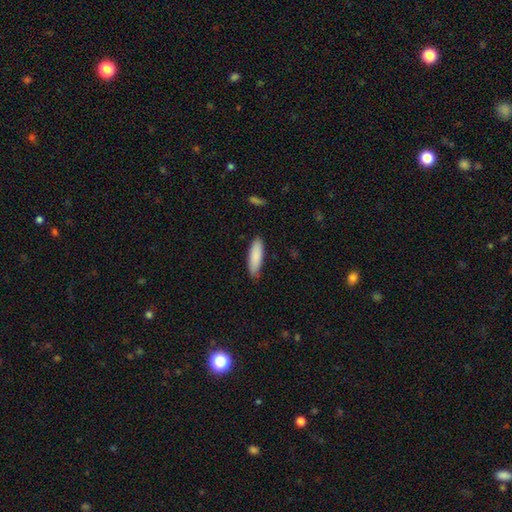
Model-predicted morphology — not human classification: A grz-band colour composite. It shows a smooth galaxy with no disk features (87%) that is cigar-shaped (55%). Merging: none (81%).